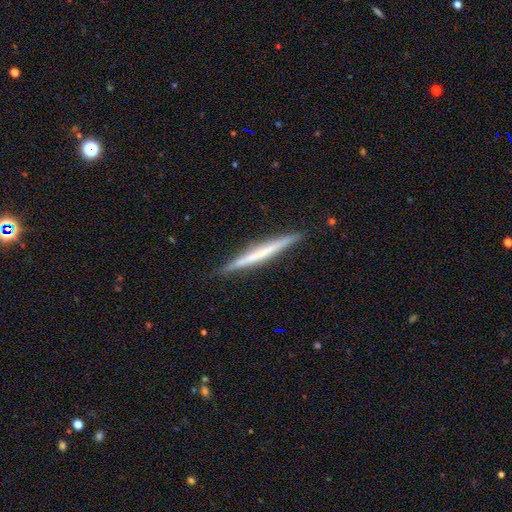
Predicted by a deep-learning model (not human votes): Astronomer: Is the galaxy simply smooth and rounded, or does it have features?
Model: featured or disk — 56% (runner-up: smooth, 38%).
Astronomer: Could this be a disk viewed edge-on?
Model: yes — 98%.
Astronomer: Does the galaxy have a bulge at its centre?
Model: none — 83%.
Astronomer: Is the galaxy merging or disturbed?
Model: none — 90%.